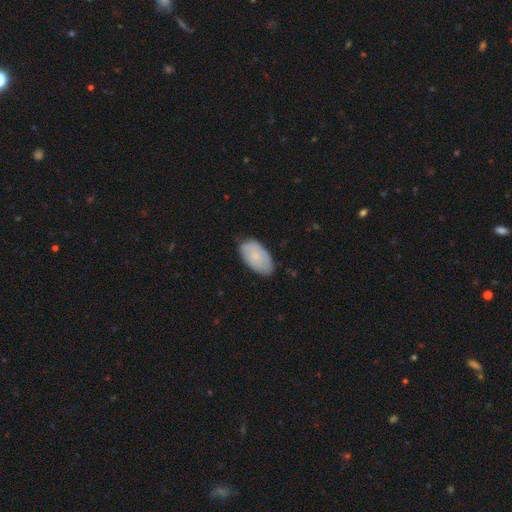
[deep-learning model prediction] Q: Smooth or featured?
A: smooth (71%); runner-up: featured or disk (23%)
Q: How rounded?
A: in between (95%); runner-up: round (3%)
Q: Merging?
A: none (77%); runner-up: minor disturbance (19%)